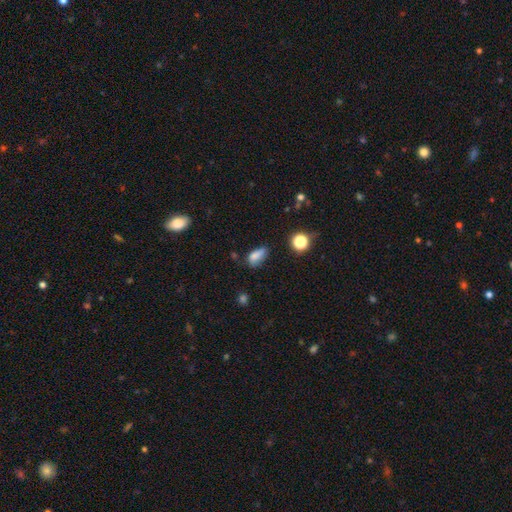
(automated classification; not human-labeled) Smooth or featured?
  - smooth: 78% *
  - star or artifact: 12%
  - featured or disk: 9%
How rounded?
  - in between: 81% *
  - cigar-shaped: 11%
  - round: 8%
Merging?
  - none: 50% *
  - minor disturbance: 34%
  - major disturbance: 11%
  - merger: 5%